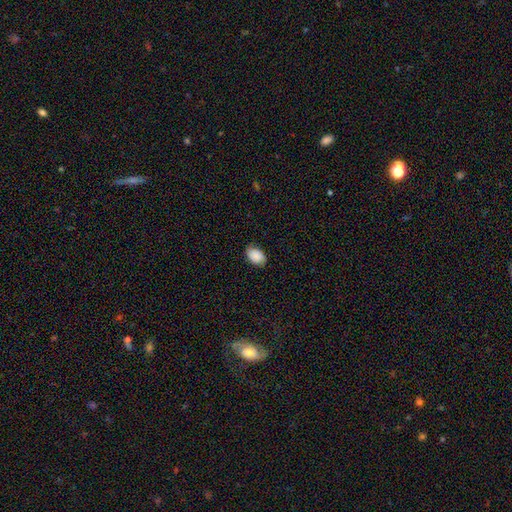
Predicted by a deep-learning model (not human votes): A smooth galaxy with no disk features (87%) that is in between round and cigar-shaped (86%).

Vote fractions:
- Smooth or featured? smooth: 87% / star or artifact: 7% / featured or disk: 6%
- How rounded? in between: 86% / round: 13% / cigar-shaped: 1%
- Merging? none: 82% / minor disturbance: 15% / major disturbance: 3% / merger: 1%